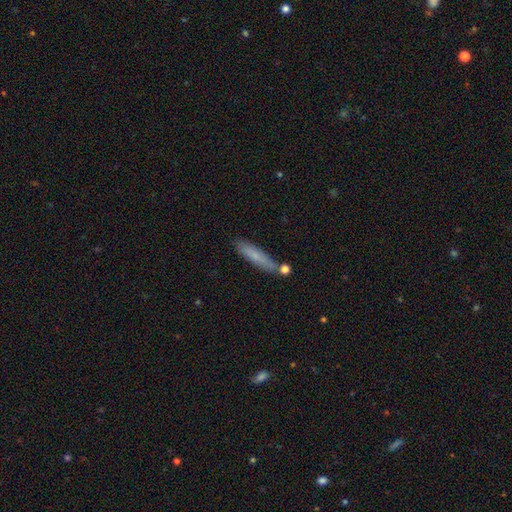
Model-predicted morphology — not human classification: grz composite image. It shows a smooth galaxy with no disk features (69%) that is cigar-shaped (84%). Merging: none (76%).